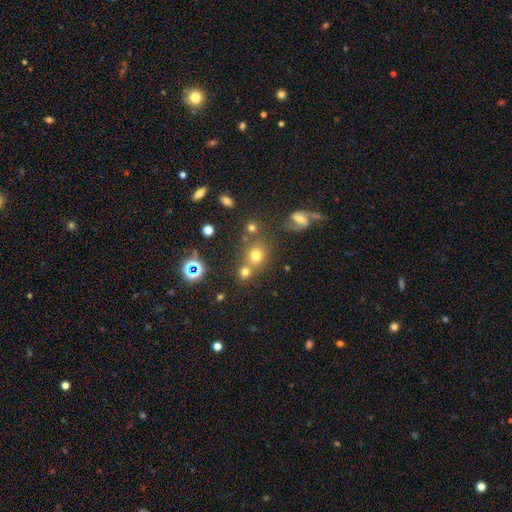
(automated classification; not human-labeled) Q: Smooth or featured?
A: smooth (67%); runner-up: star or artifact (19%)
Q: How rounded?
A: round (76%); runner-up: in between (23%)
Q: Merging?
A: none (55%); runner-up: merger (30%)